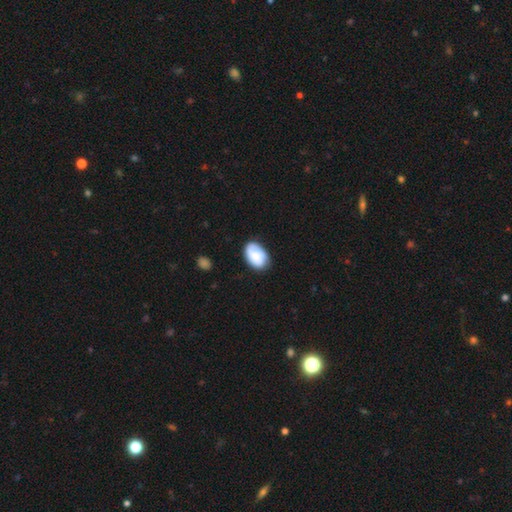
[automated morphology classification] Smooth or featured? smooth (67%)
How rounded? in between (87%)
Merging? none (68%)